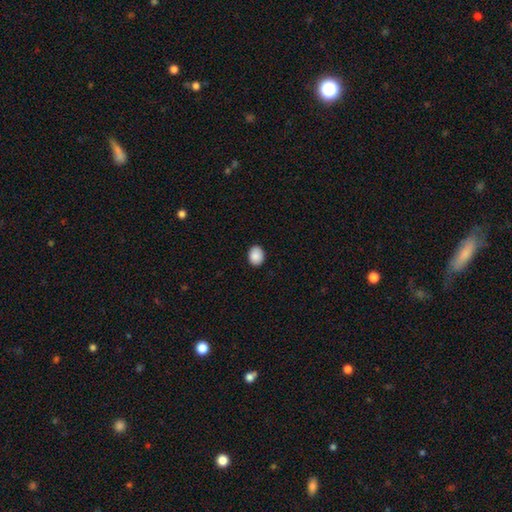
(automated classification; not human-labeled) Smooth or featured? smooth (89%)
How rounded? in between (57%)
Merging? none (89%)